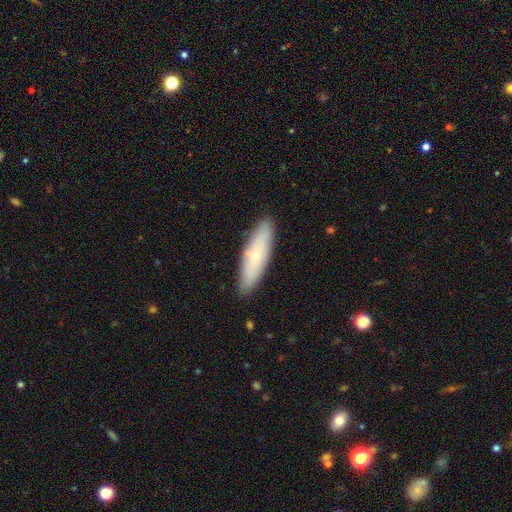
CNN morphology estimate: This appears to be a smooth galaxy with no disk features (64%) that is cigar-shaped (65%). Merging: none (88%).